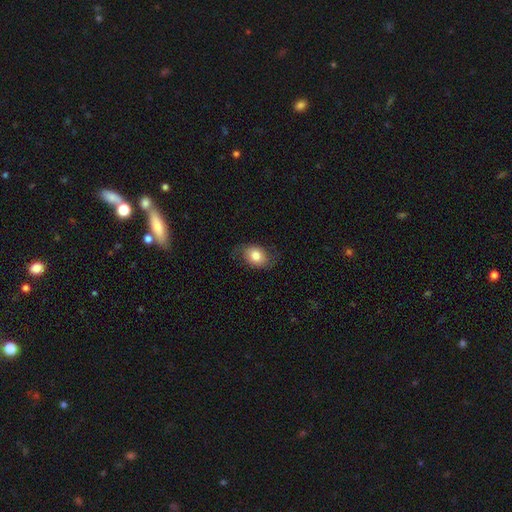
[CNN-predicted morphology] smooth_or_featured: smooth (p=0.75) [alt: featured or disk p=0.17]
how_rounded: in between (p=0.69) [alt: round p=0.30]
merging: none (p=0.71) [alt: minor disturbance p=0.20]